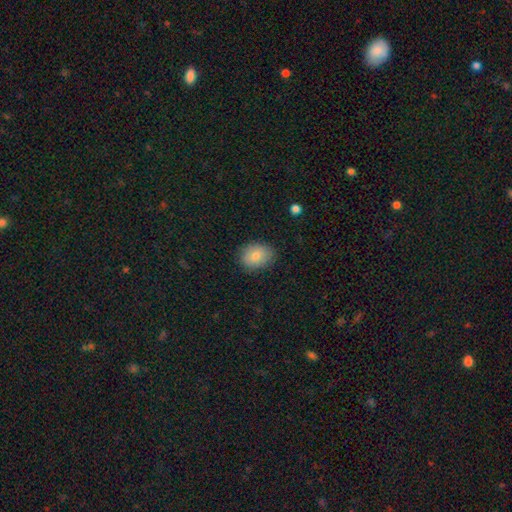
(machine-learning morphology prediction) Smooth or featured: smooth — 83% (featured or disk — 10%)
How rounded: in between — 60% (round — 39%)
Merging: none — 85% (minor disturbance — 11%)